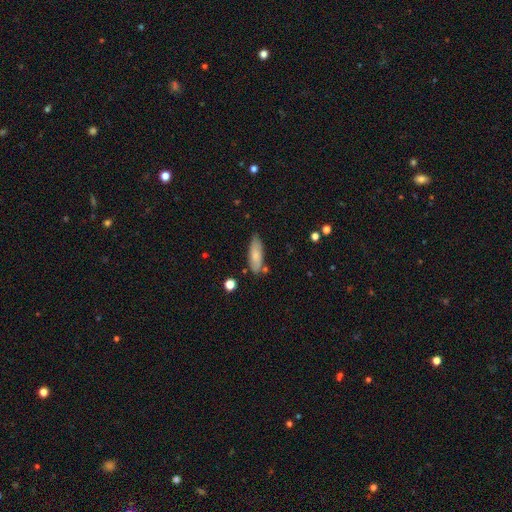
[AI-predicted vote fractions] A smooth galaxy with no disk features (77%) that is in between round and cigar-shaped (64%).

Vote fractions:
- Smooth or featured? smooth: 77% / featured or disk: 17% / star or artifact: 6%
- How rounded? in between: 64% / cigar-shaped: 34% / round: 2%
- Merging? none: 73% / minor disturbance: 19% / merger: 4% / major disturbance: 4%